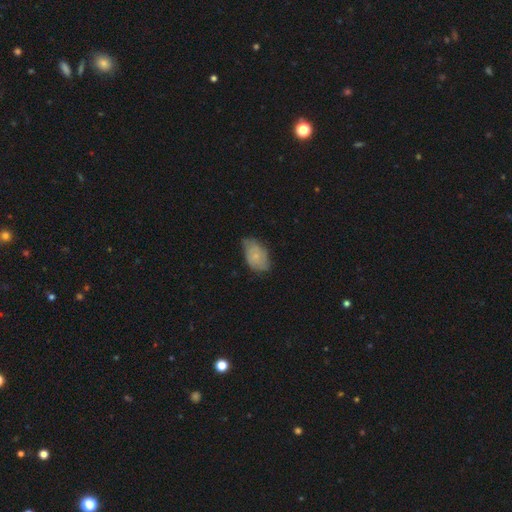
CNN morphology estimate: Overall: smooth (61%; featured or disk 32%). How rounded: in between (91%). Merging: none (53%; minor disturbance 37%).